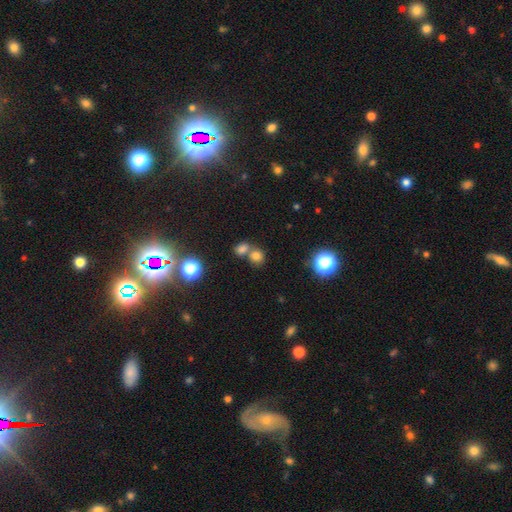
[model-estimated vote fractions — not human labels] This appears to be a smooth galaxy with no disk features (74%) that is round (74%). Merging: merger (47%).